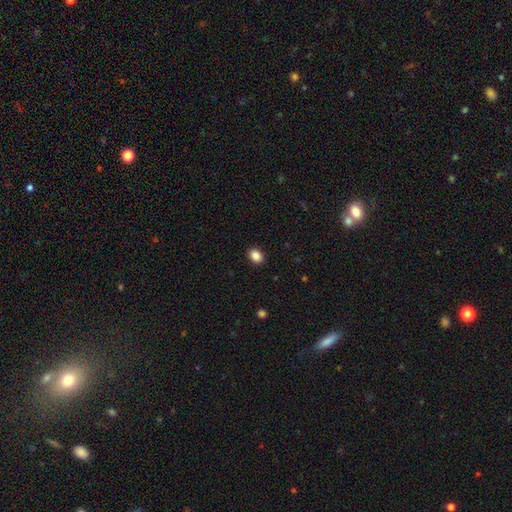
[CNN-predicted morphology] A smooth galaxy with no disk features (88%) that is in between round and cigar-shaped (63%). Merging: none (90%).